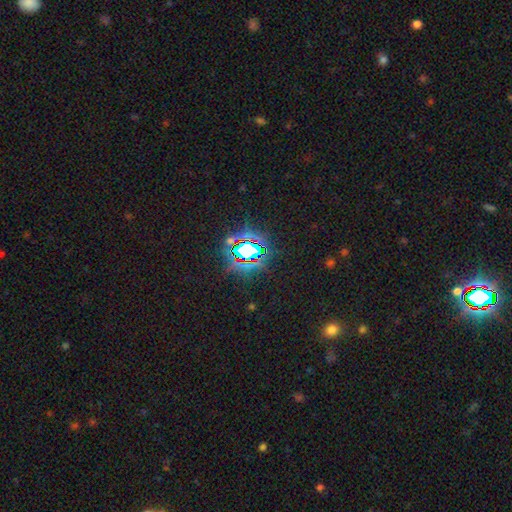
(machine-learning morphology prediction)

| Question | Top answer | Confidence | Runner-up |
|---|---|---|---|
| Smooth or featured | star or artifact | 75% | smooth (14%) |